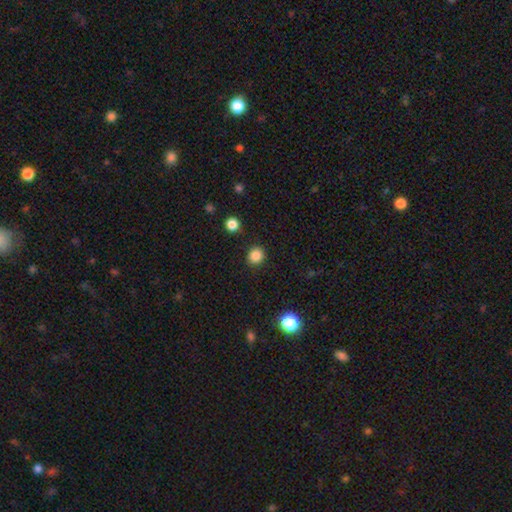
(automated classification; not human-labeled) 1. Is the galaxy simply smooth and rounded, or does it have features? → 85% smooth, 12% star or artifact, 4% featured or disk.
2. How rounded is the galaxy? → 83% round, 16% in between, 1% cigar-shaped.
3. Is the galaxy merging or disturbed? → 89% none, 7% minor disturbance, 2% major disturbance, 2% merger.